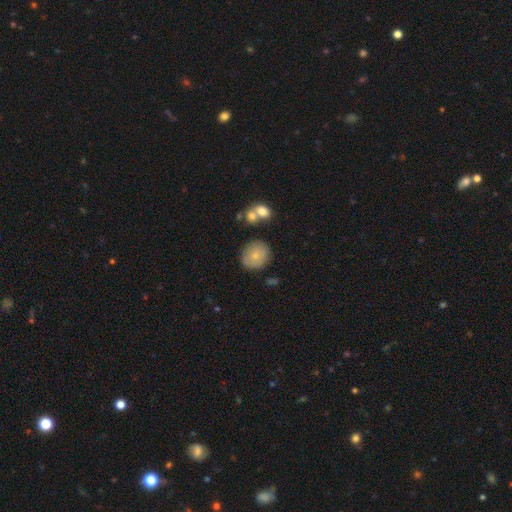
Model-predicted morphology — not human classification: smooth 77%, featured or disk 15%, star or artifact 8%. Down the decision tree: how rounded — round (77%); merging — none (74%).